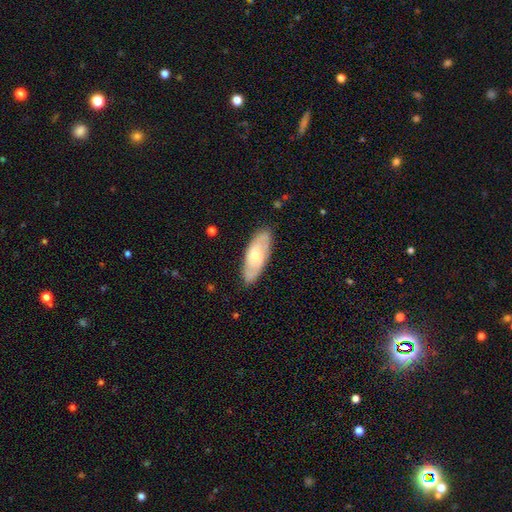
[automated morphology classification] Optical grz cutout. It shows a featured or disk galaxy (53%). Merging: none (82%).